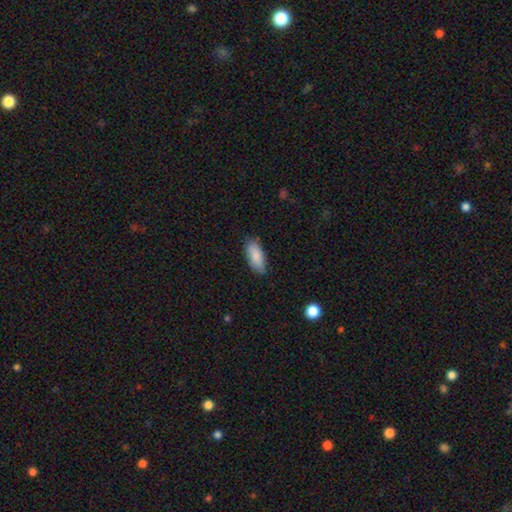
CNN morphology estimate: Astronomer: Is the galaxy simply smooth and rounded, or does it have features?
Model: smooth — 87%.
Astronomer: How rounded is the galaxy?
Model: in between — 82%.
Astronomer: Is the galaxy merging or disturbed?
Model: none — 81%.